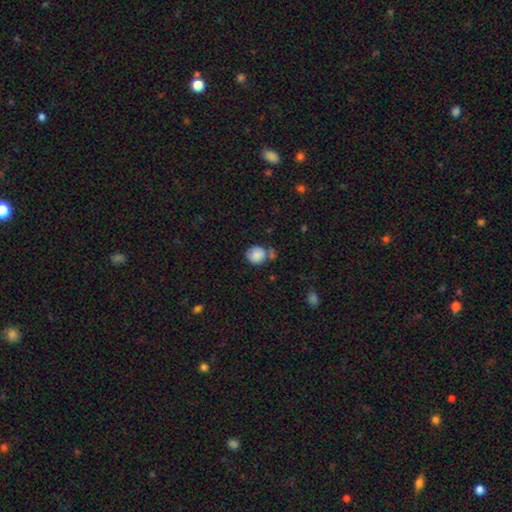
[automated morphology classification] Smooth or featured?
  - smooth: 84% *
  - star or artifact: 8%
  - featured or disk: 8%
How rounded?
  - round: 82% *
  - in between: 17%
  - cigar-shaped: 1%
Merging?
  - none: 54% *
  - minor disturbance: 21%
  - merger: 18%
  - major disturbance: 7%